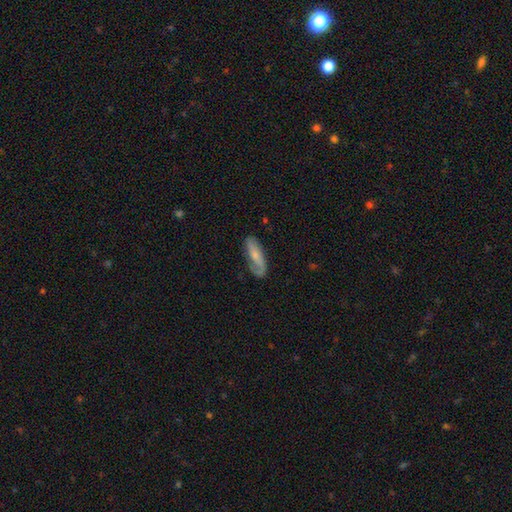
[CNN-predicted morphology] smooth-or-featured: featured or disk: 50% | smooth: 43% | star or artifact: 7%
  disk-edge-on: no: 81% | yes: 19%
  merging: none: 64% | minor disturbance: 23% | major disturbance: 10% | merger: 2%